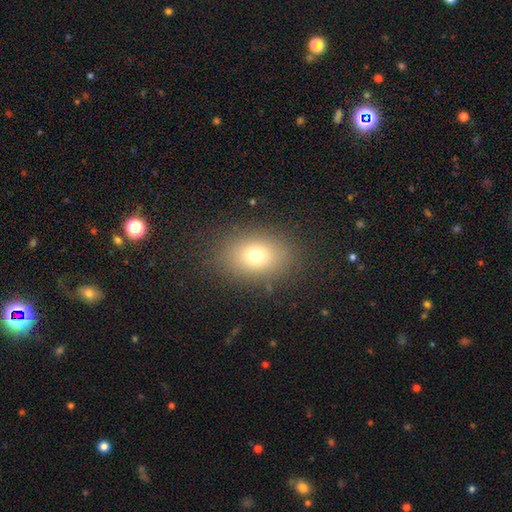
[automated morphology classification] This is likely a smooth galaxy (74%). How rounded: likely in between (70%). Merging: clearly none (86%).